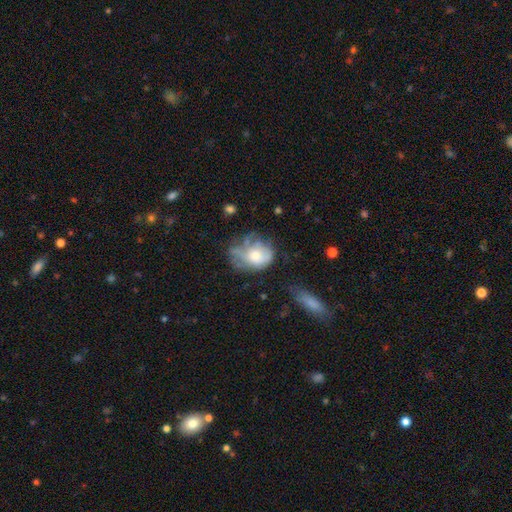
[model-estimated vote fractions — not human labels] This appears to be a smooth galaxy with no disk features (49%). Merging: major disturbance (34%).